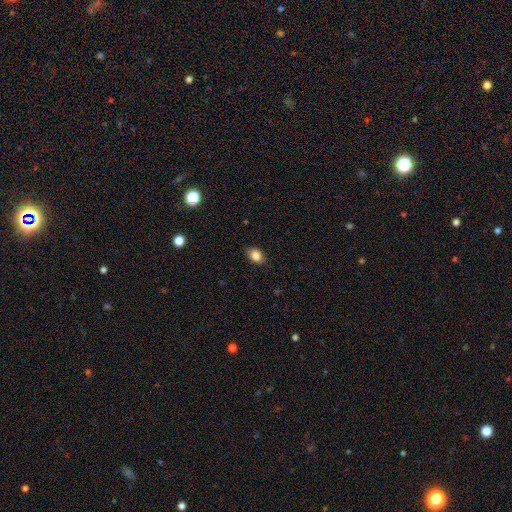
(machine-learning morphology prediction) smooth_or_featured: smooth (p=0.85) [alt: star or artifact p=0.09]
how_rounded: in between (p=0.77) [alt: round p=0.21]
merging: none (p=0.84) [alt: minor disturbance p=0.12]